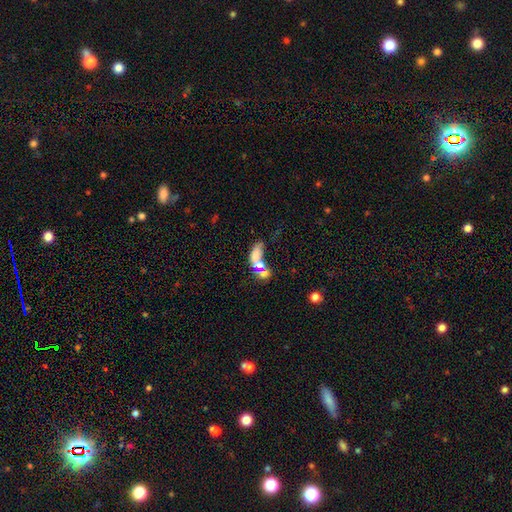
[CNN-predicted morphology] Q: Smooth or featured?
A: smooth (59%); runner-up: featured or disk (25%)
Q: How rounded?
A: in between (72%); runner-up: round (17%)
Q: Merging?
A: merger (48%); runner-up: none (23%)